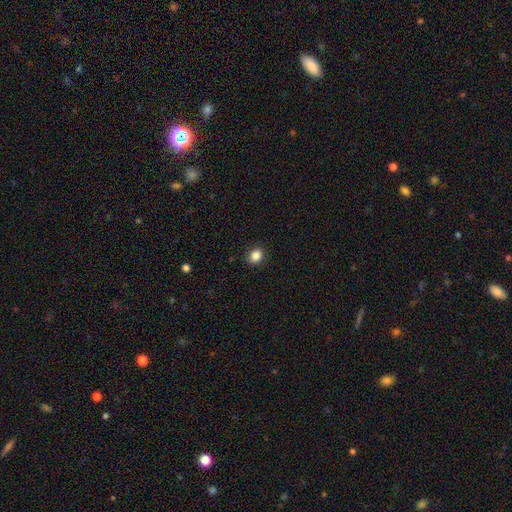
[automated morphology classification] This is clearly a smooth galaxy (86%). How rounded: possibly round (59%). Merging: clearly none (89%).